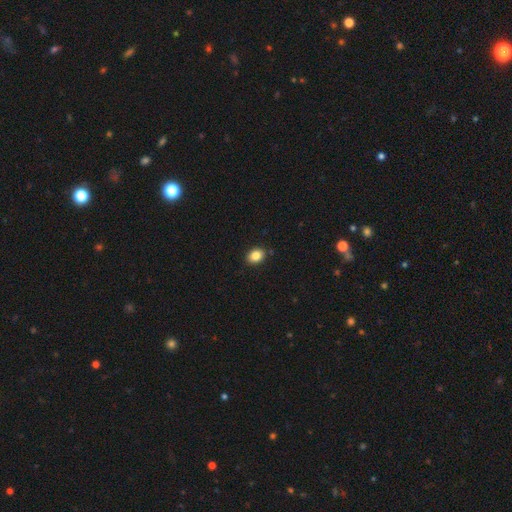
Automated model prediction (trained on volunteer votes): Overall: smooth (85%). How rounded: in between (63%; round 36%). Merging: none (88%).